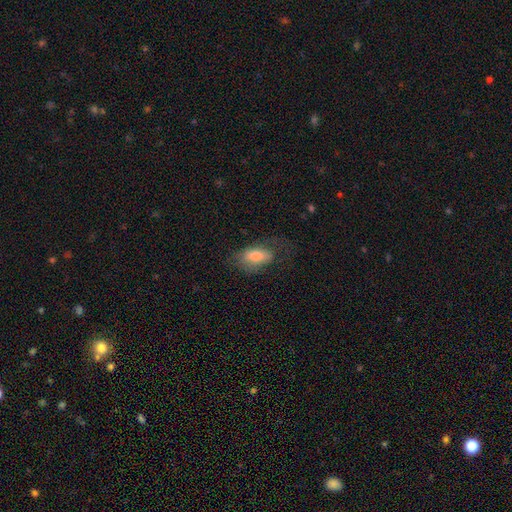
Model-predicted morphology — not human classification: smooth_or_featured: smooth (p=0.73) [alt: featured or disk p=0.19]
how_rounded: in between (p=0.90) [alt: round p=0.05]
merging: none (p=0.52) [alt: minor disturbance p=0.24]